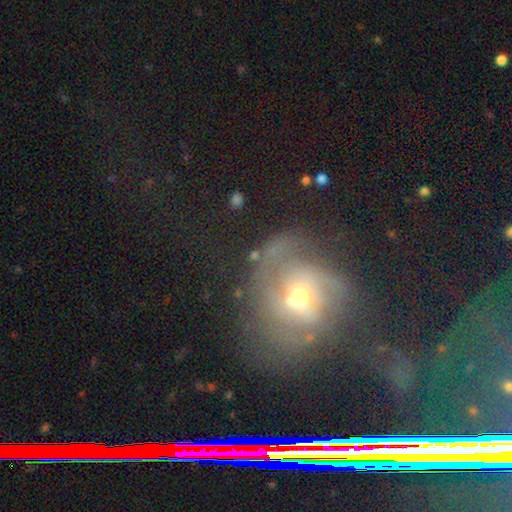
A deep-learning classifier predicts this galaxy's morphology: smooth-or-featured: featured or disk: 63% | smooth: 24% | star or artifact: 13%
  disk-edge-on: no: 96% | yes: 4%
    bar: no: 64% | weak: 28% | strong: 8%
    has-spiral-arms: yes: 71% | no: 29%
    bulge-size: moderate: 52% | small: 42% | large: 4% | none: 1% | dominant: 1%
  merging: none: 39% | major disturbance: 31% | minor disturbance: 21% | merger: 9%